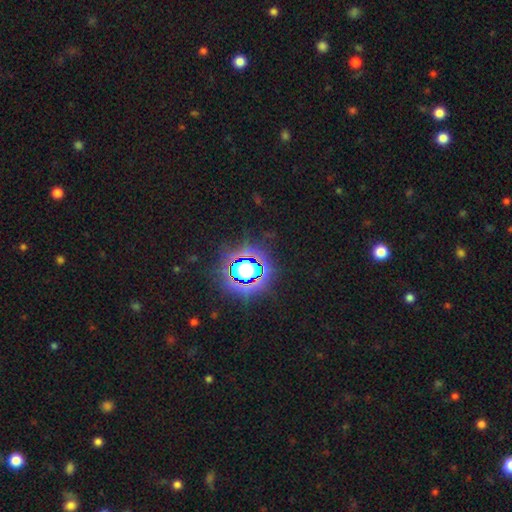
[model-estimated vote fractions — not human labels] A star or artifact, not a galaxy (81%).

Vote fractions:
- Smooth or featured? star or artifact: 81% / smooth: 12% / featured or disk: 7%